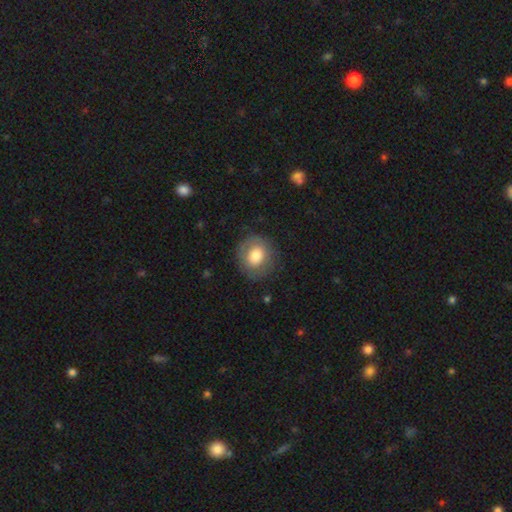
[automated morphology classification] The model was most divided on "smooth or featured": smooth: 73%, featured or disk: 19%, star or artifact: 8%. More confident: how rounded — round (79%); merging — none (79%).